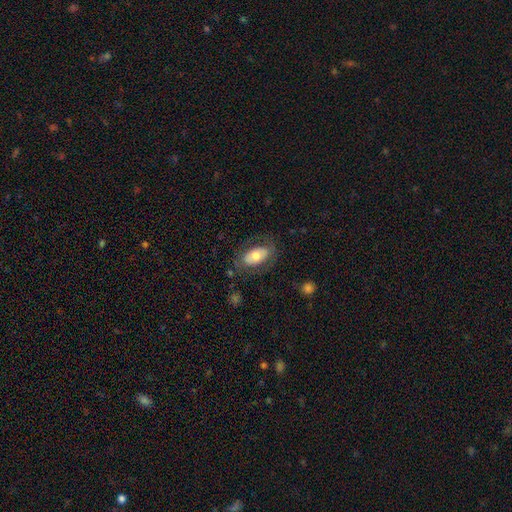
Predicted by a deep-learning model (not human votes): Overall: smooth (63%; featured or disk 31%). How rounded: in between (92%). Merging: none (71%).